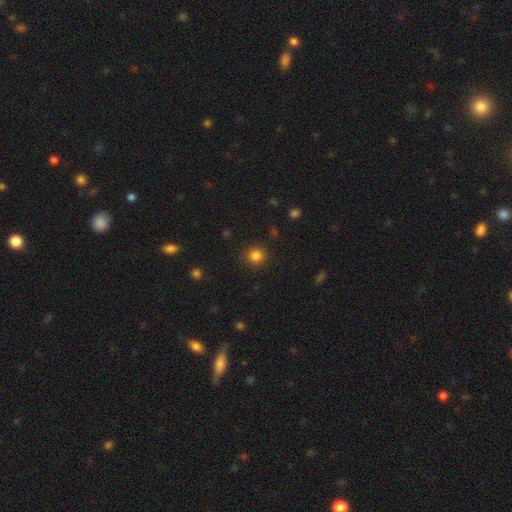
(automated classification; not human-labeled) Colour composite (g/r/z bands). It shows a smooth galaxy with no disk features (84%) that is round (90%). Merging: none (89%).